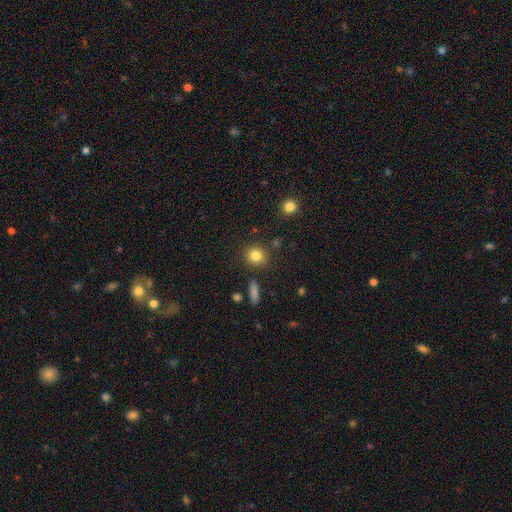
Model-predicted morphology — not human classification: Smooth or featured? smooth (83%)
How rounded? round (81%)
Merging? none (86%)